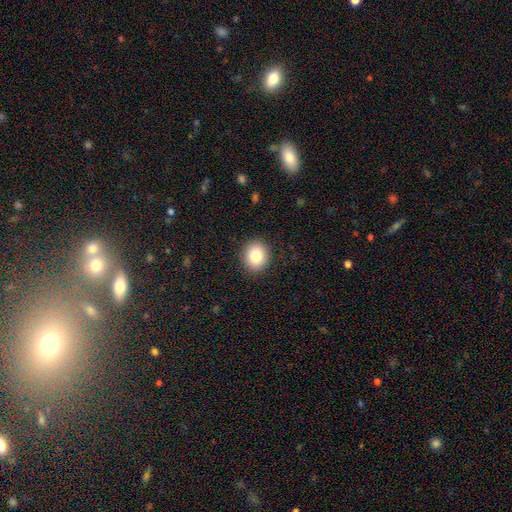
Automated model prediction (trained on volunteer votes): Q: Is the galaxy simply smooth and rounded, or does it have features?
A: smooth — 82%.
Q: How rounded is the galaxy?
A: round — 69%.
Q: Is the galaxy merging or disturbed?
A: none — 90%.